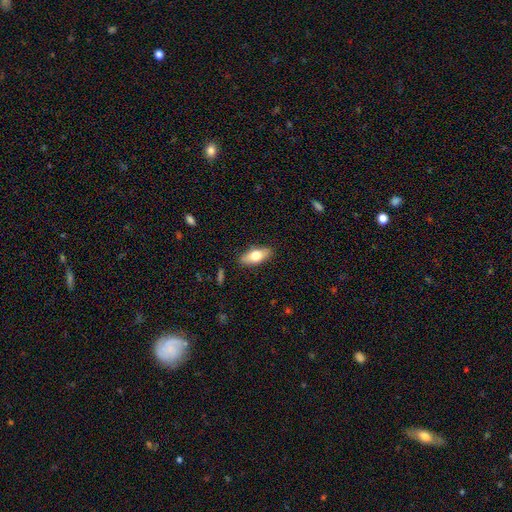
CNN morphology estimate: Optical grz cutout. It shows a smooth galaxy with no disk features (67%) that is in between round and cigar-shaped (79%). Merging: none (87%).